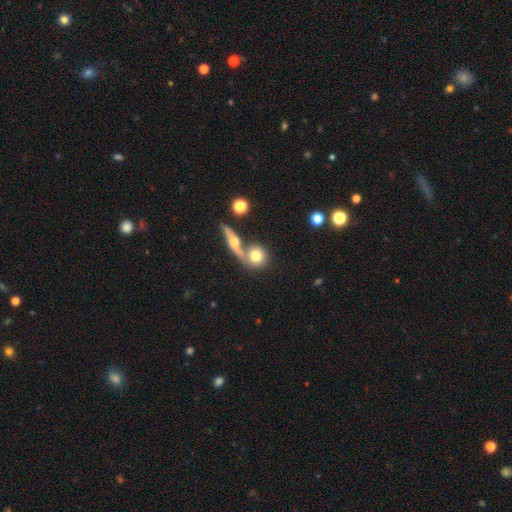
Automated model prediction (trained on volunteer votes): Smooth or featured: smooth — 71% (featured or disk — 22%)
How rounded: round — 78% (in between — 17%)
Merging: none — 47% (merger — 40%)